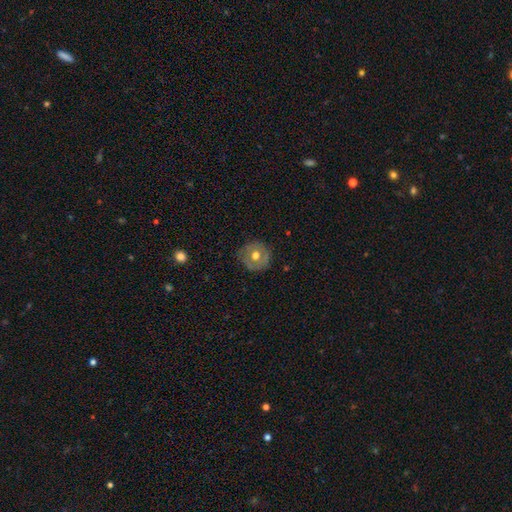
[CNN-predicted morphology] Smooth or featured?
  - smooth: 52% *
  - featured or disk: 40%
  - star or artifact: 8%
How rounded?
  - round: 92% *
  - in between: 7%
  - cigar-shaped: 1%
Merging?
  - none: 81% *
  - minor disturbance: 15%
  - major disturbance: 4%
  - merger: 1%